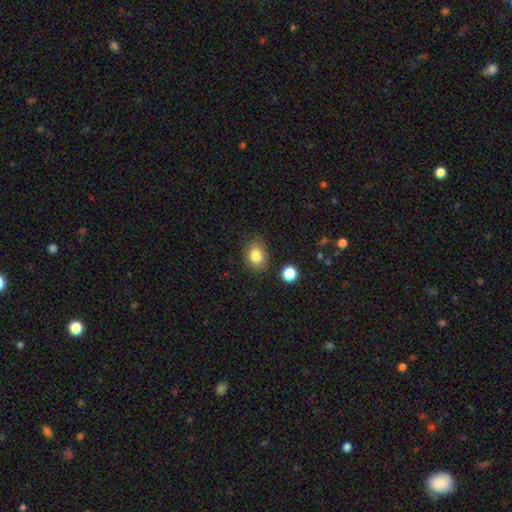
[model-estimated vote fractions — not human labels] Morphology: type=smooth (82%); roundness=in between (60%); merging=none (77%).